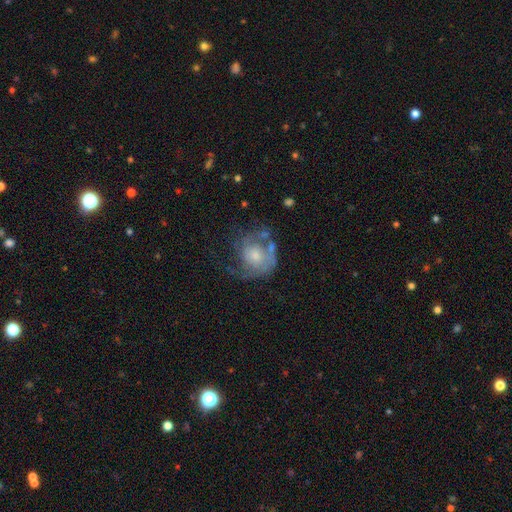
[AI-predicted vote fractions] This appears to be a featured or disk galaxy (70%) with no bar (78%), 2 (40%) medium (40%) spiral arms (82%) and a moderate central bulge (46%). Merging: none (44%).